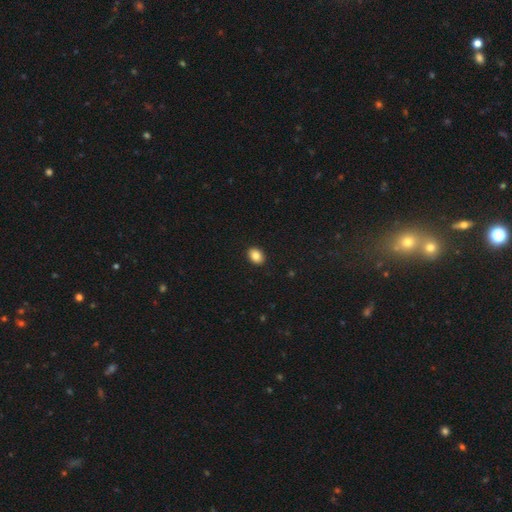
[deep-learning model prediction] This appears to be a smooth galaxy with no disk features (87%) that is in between round and cigar-shaped (71%). Merging: none (91%).